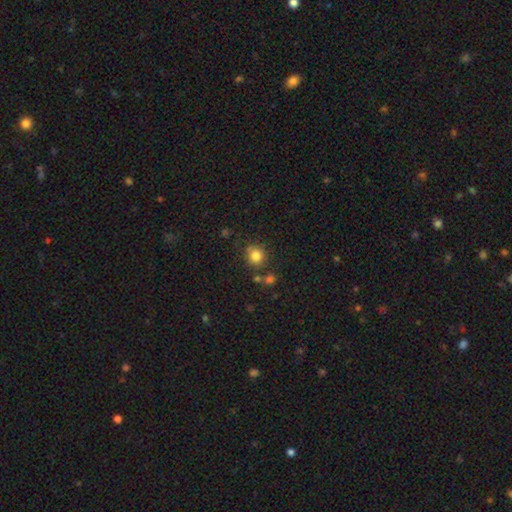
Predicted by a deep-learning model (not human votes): smooth 82%, star or artifact 12%, featured or disk 6%. Down the decision tree: how rounded — round (84%); merging — none (74%).